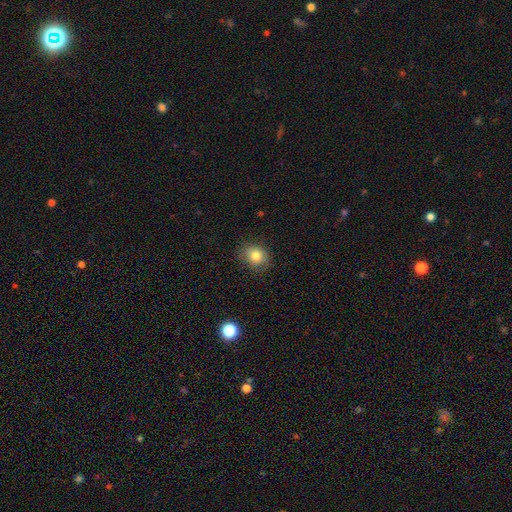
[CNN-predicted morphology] Q: Smooth or featured?
A: smooth (79%); runner-up: star or artifact (12%)
Q: How rounded?
A: round (65%); runner-up: in between (34%)
Q: Merging?
A: none (80%); runner-up: minor disturbance (15%)